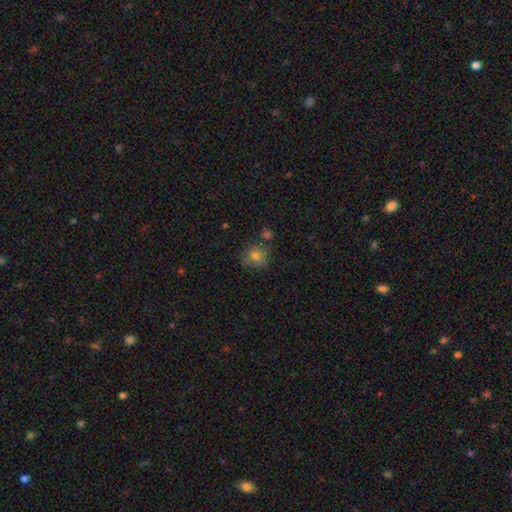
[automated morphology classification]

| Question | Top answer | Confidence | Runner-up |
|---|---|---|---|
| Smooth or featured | smooth | 71% | featured or disk (17%) |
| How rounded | round | 73% | in between (26%) |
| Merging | none | 58% | minor disturbance (22%) |